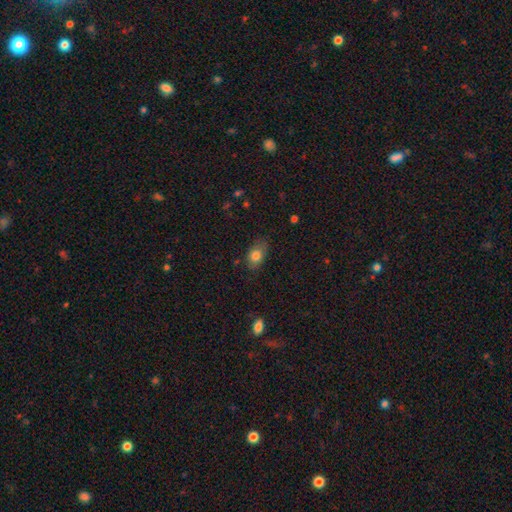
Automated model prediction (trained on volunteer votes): smooth 80%, featured or disk 11%, star or artifact 9%. Down the decision tree: how rounded — in between (81%); merging — none (67%).